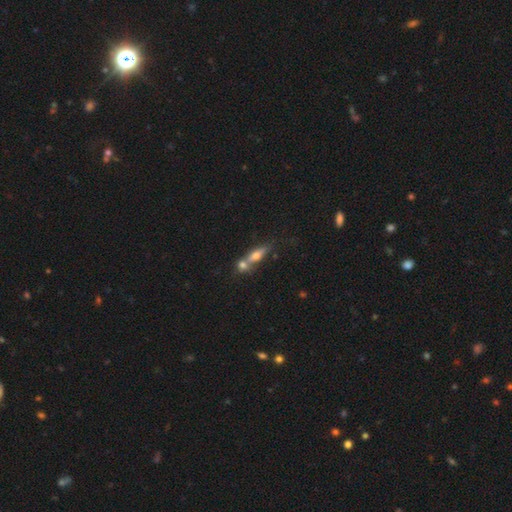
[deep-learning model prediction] Smooth or featured? Predicted: smooth (p=0.50). How rounded? Predicted: cigar-shaped (p=0.50). Merging? Predicted: merger (p=0.50).